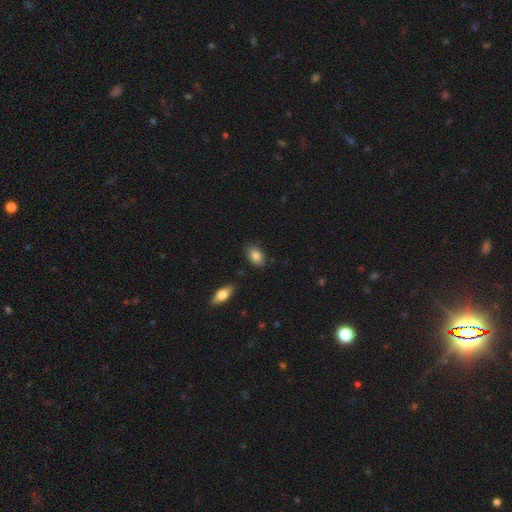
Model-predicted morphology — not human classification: Smooth or featured? smooth (85%)
How rounded? in between (88%)
Merging? none (84%)